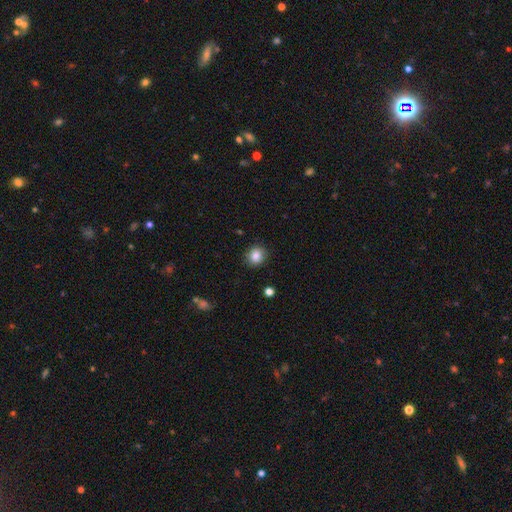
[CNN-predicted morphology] This is clearly a smooth galaxy (86%). How rounded: clearly round (86%). Merging: clearly none (89%).